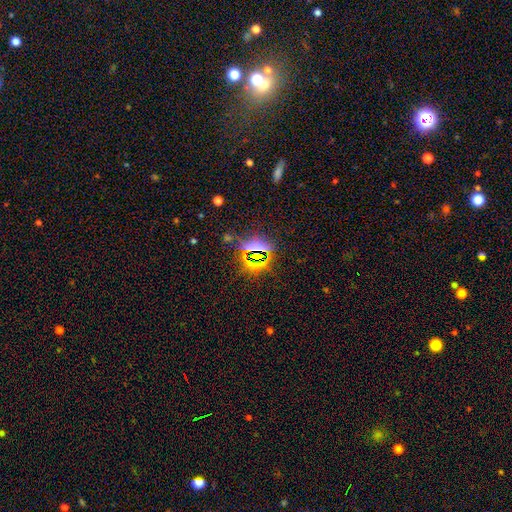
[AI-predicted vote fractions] A star or artifact, not a galaxy (74%).